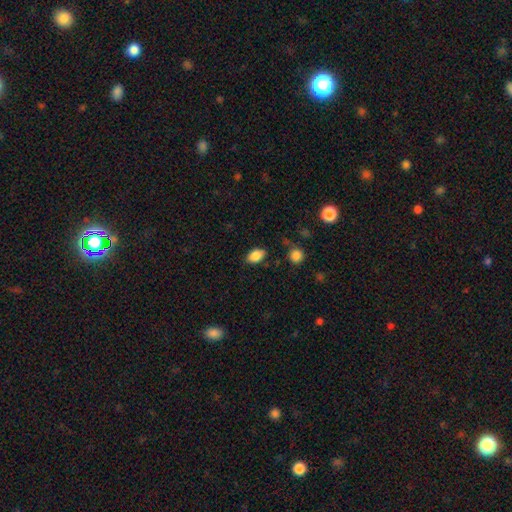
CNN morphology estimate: smooth_or_featured: smooth (p=0.86) [alt: star or artifact p=0.08]
how_rounded: in between (p=0.89) [alt: round p=0.10]
merging: none (p=0.82) [alt: minor disturbance p=0.13]